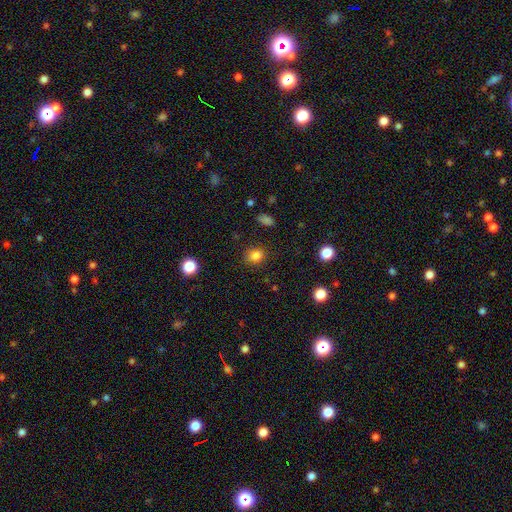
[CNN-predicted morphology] Overall: smooth (82%). How rounded: round (70%). Merging: none (84%).